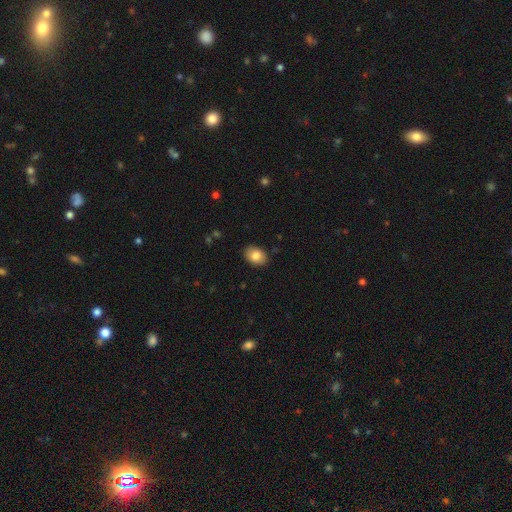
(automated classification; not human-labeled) smooth-or-featured: smooth: 86% | star or artifact: 8% | featured or disk: 7%
  how-rounded: in between: 74% | round: 25% | cigar-shaped: 1%
  merging: none: 88% | minor disturbance: 9% | major disturbance: 2% | merger: 1%